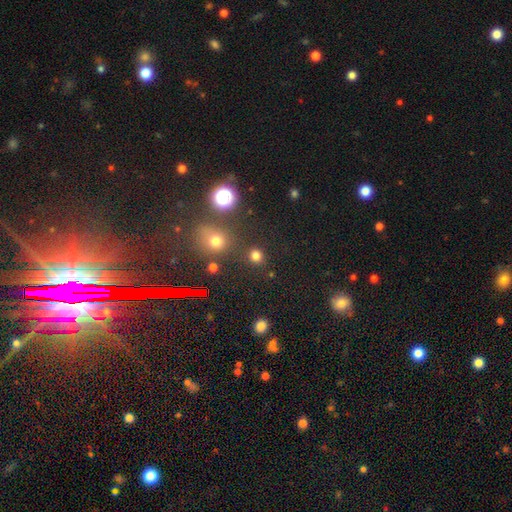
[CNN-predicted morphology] Q: Smooth or featured?
A: smooth (74%); runner-up: star or artifact (21%)
Q: How rounded?
A: round (86%); runner-up: in between (13%)
Q: Merging?
A: none (83%); runner-up: minor disturbance (8%)